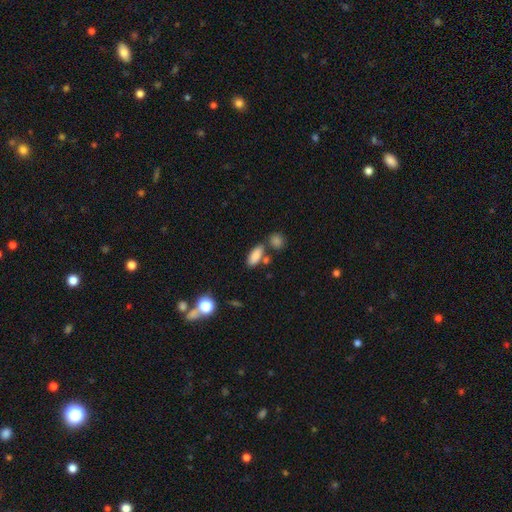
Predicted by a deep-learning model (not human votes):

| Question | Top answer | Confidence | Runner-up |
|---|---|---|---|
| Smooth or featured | smooth | 86% | star or artifact (8%) |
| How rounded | in between | 83% | cigar-shaped (14%) |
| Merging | none | 65% | merger (18%) |